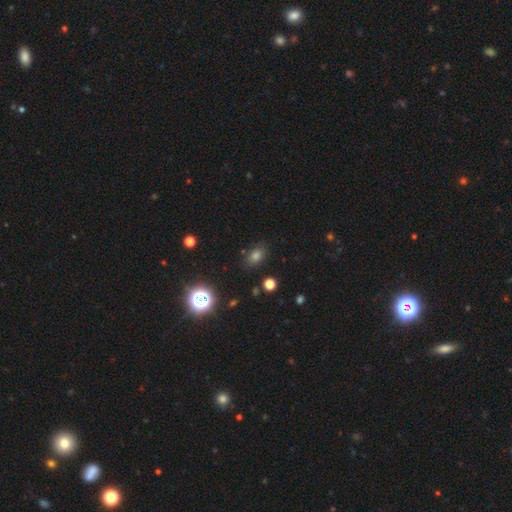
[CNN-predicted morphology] Overall: smooth (71%). How rounded: in between (74%). Merging: none (83%).